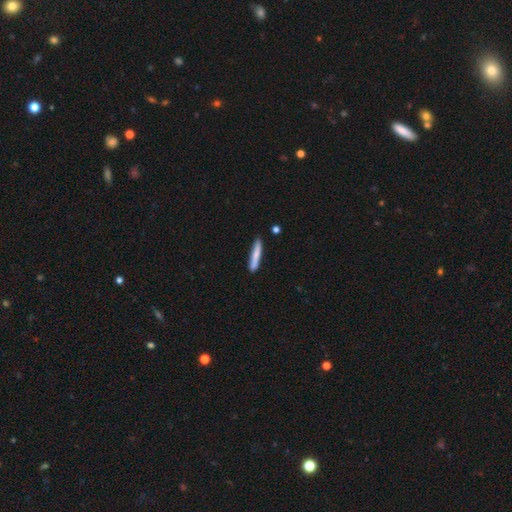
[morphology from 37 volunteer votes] smooth-or-featured: smooth: 76% | featured or disk: 16% | star or artifact: 8%
  how-rounded: cigar-shaped: 100% | round: 0% | in between: 0%
  merging: none: 100% | minor disturbance: 0% | major disturbance: 0% | merger: 0%